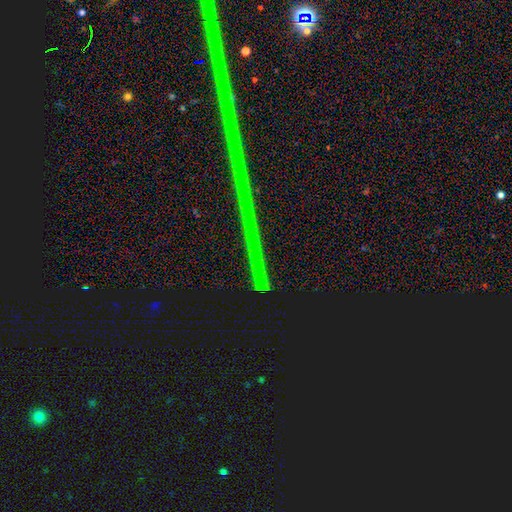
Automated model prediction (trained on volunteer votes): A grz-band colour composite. It shows a star or artifact, not a galaxy (87%).